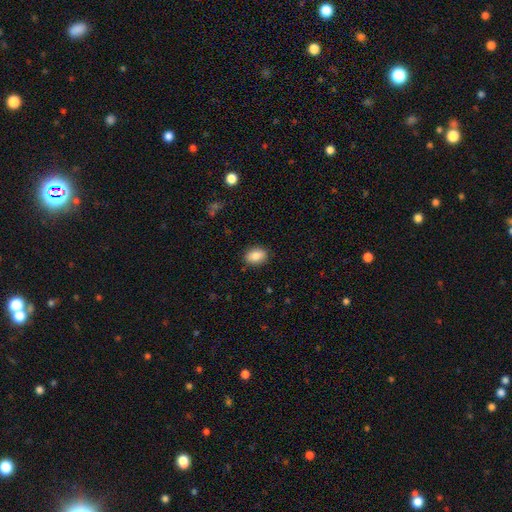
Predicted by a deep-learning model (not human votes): Smooth or featured? Predicted: smooth (p=0.86). How rounded? Predicted: in between (p=0.77). Merging? Predicted: none (p=0.88).